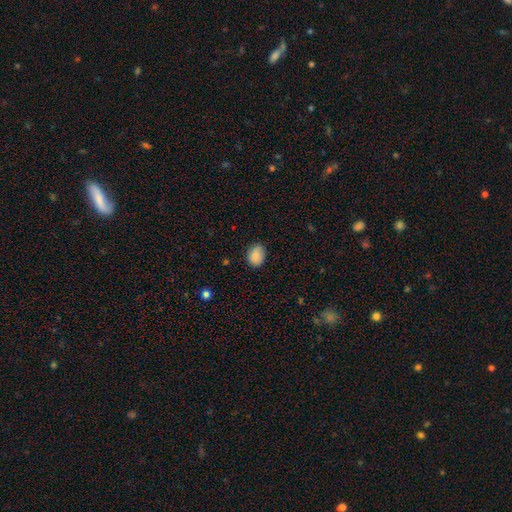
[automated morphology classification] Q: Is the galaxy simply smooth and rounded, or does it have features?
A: smooth — 85%.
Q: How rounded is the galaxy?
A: in between — 61%.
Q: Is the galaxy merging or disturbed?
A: none — 79%.